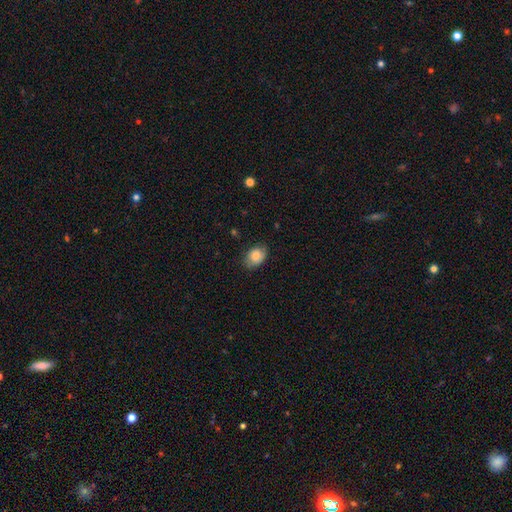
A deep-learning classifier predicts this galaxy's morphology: A smooth galaxy with no disk features (81%) that is in between round and cigar-shaped (77%). Merging: none (77%).